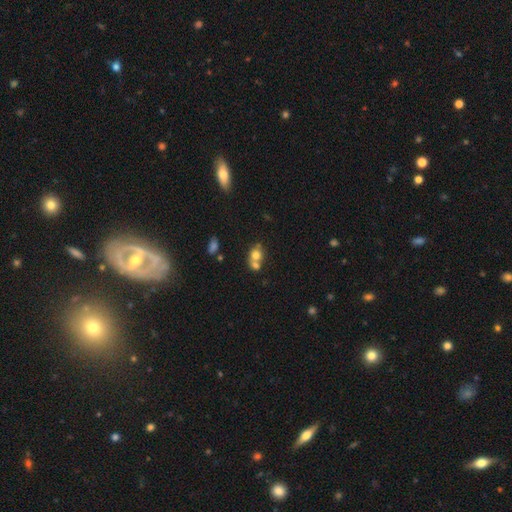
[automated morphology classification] Smooth or featured? smooth (71%)
How rounded? round (66%)
Merging? merger (58%)